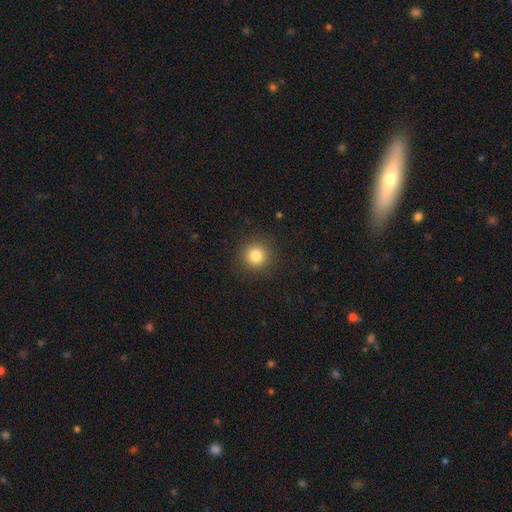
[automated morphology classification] smooth-or-featured: smooth: 82% | star or artifact: 12% | featured or disk: 6%
  how-rounded: round: 94% | in between: 5% | cigar-shaped: 1%
  merging: none: 91% | minor disturbance: 6% | major disturbance: 2% | merger: 1%